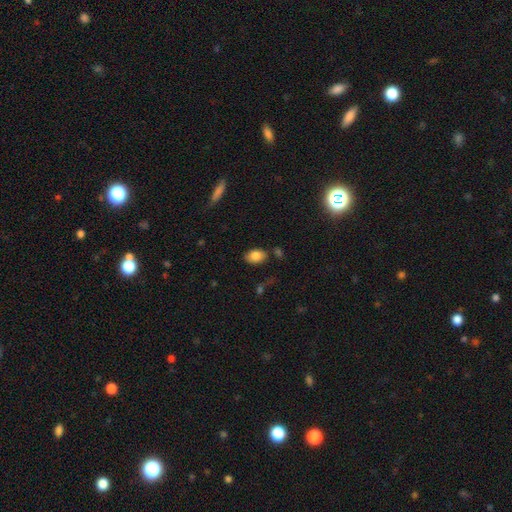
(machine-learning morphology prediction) Smooth or featured: smooth — 84% (featured or disk — 8%)
How rounded: in between — 85% (round — 14%)
Merging: none — 80% (minor disturbance — 13%)